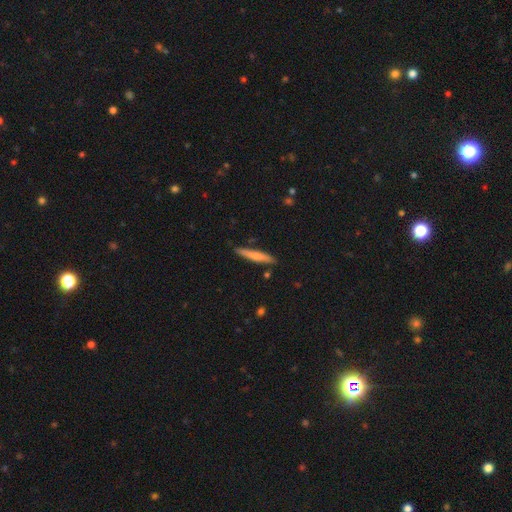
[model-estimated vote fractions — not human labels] Smooth or featured? smooth (67%)
How rounded? cigar-shaped (93%)
Merging? none (84%)